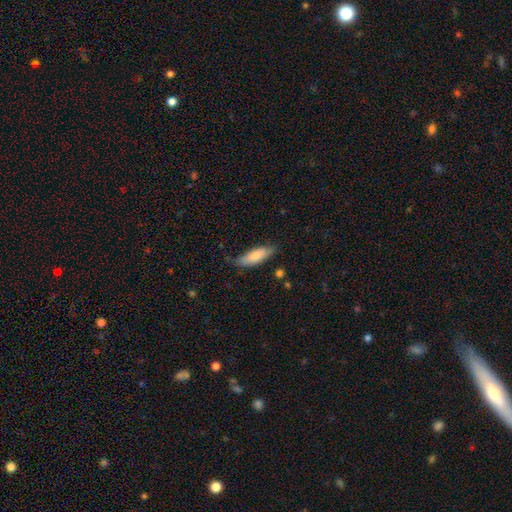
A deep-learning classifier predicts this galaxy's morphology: A smooth galaxy with no disk features (79%) that is in between round and cigar-shaped (56%).

Vote fractions:
- Smooth or featured? smooth: 79% / featured or disk: 15% / star or artifact: 6%
- How rounded? in between: 56% / cigar-shaped: 43% / round: 2%
- Merging? none: 75% / minor disturbance: 20% / major disturbance: 4% / merger: 2%